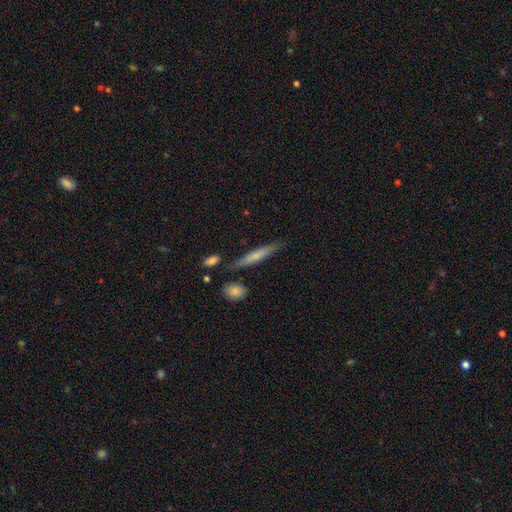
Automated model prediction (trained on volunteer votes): Smooth or featured?
  - smooth: 62% *
  - featured or disk: 32%
  - star or artifact: 6%
How rounded?
  - cigar-shaped: 87% *
  - in between: 11%
  - round: 2%
Merging?
  - none: 75% *
  - minor disturbance: 15%
  - merger: 6%
  - major disturbance: 4%